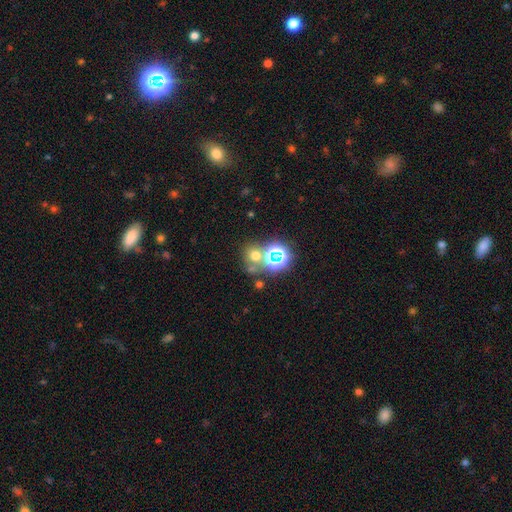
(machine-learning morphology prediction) A smooth galaxy with no disk features (54%) that is round (79%). Merging: none (61%).